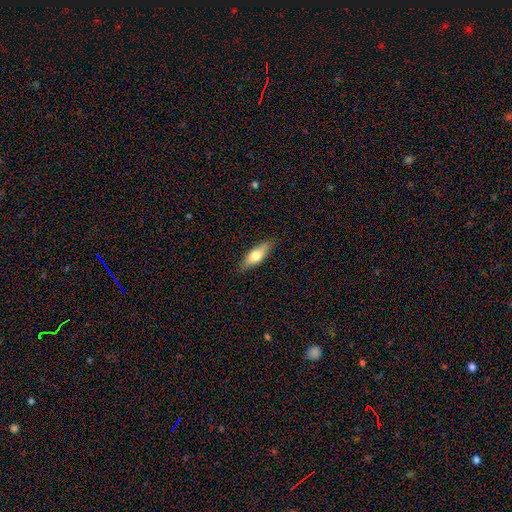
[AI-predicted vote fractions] smooth_or_featured: smooth (p=0.68) [alt: featured or disk p=0.26]
how_rounded: in between (p=0.61) [alt: cigar-shaped p=0.36]
merging: none (p=0.86) [alt: minor disturbance p=0.11]